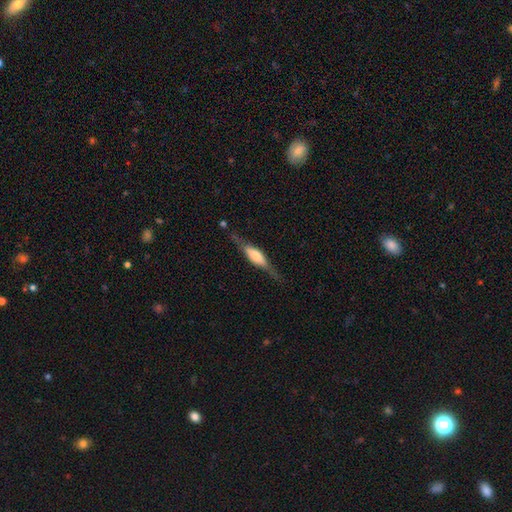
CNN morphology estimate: This is possibly a featured or disk galaxy (58%). It is clearly viewed edge-on (92%). Edge-on bulge: likely rounded (60%). Merging: likely none (73%).